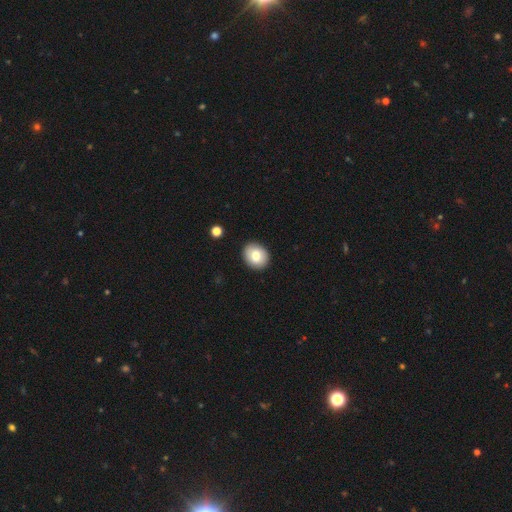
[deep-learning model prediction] Smooth or featured? smooth (79%)
How rounded? round (57%)
Merging? none (90%)